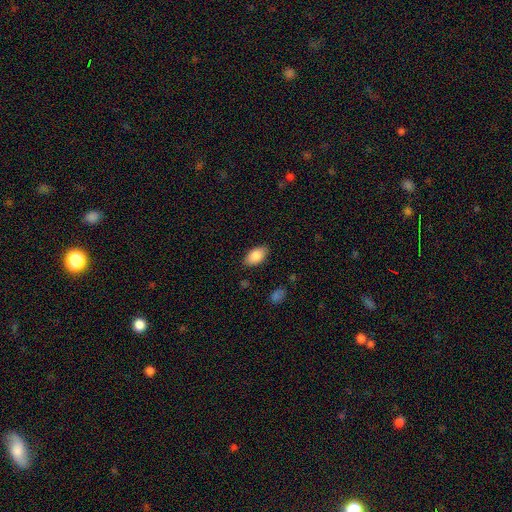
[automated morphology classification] smooth-or-featured: smooth: 86% | featured or disk: 7% | star or artifact: 7%
  how-rounded: in between: 93% | round: 5% | cigar-shaped: 2%
  merging: none: 85% | minor disturbance: 11% | major disturbance: 3% | merger: 1%